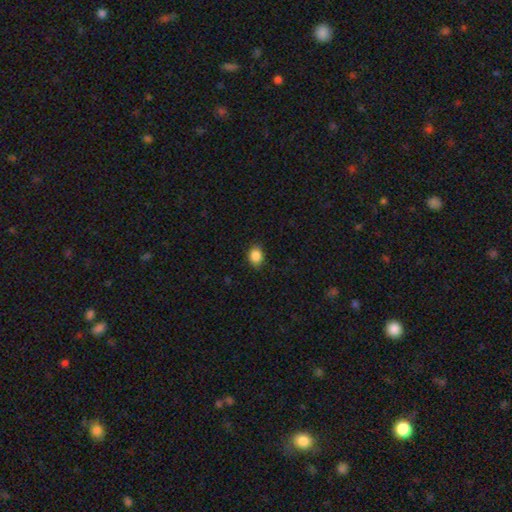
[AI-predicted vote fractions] A smooth galaxy with no disk features (87%) that is in between round and cigar-shaped (57%).

Vote fractions:
- Smooth or featured? smooth: 87% / star or artifact: 9% / featured or disk: 4%
- How rounded? in between: 57% / round: 42% / cigar-shaped: 1%
- Merging? none: 86% / minor disturbance: 11% / major disturbance: 2% / merger: 1%